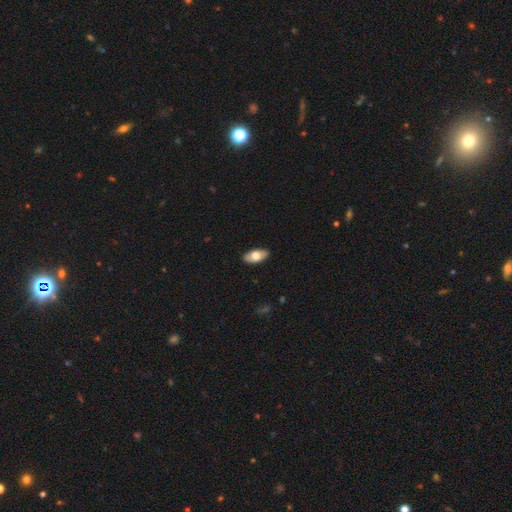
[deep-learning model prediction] smooth-or-featured: smooth: 72% | featured or disk: 22% | star or artifact: 6%
  how-rounded: in between: 93% | cigar-shaped: 4% | round: 3%
  merging: none: 89% | minor disturbance: 9% | major disturbance: 2% | merger: 1%